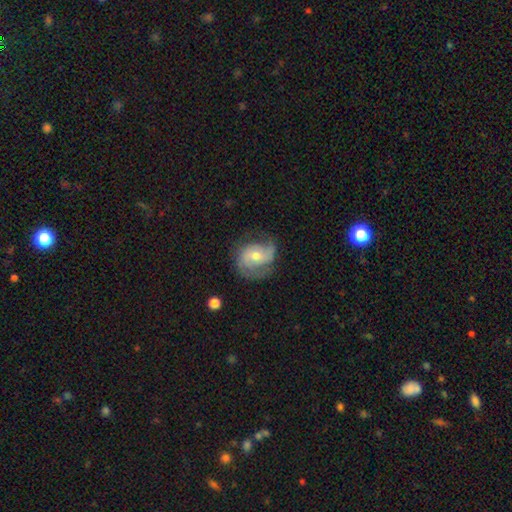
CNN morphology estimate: Smooth or featured? featured or disk (77%)
Edge-on disk? no (98%)
Bar? no (45%)
Spiral arms? yes (93%)
Spiral winding? medium (47%)
Spiral arm count? 2 (70%)
Bulge size? moderate (57%)
Merging? none (62%)